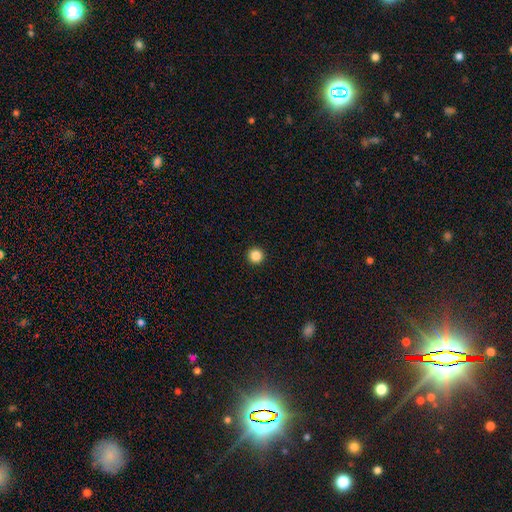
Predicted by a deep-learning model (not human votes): Smooth or featured?
  - smooth: 86% *
  - star or artifact: 11%
  - featured or disk: 3%
How rounded?
  - round: 97% *
  - in between: 2%
  - cigar-shaped: 1%
Merging?
  - none: 94% *
  - minor disturbance: 3%
  - major disturbance: 1%
  - merger: 1%